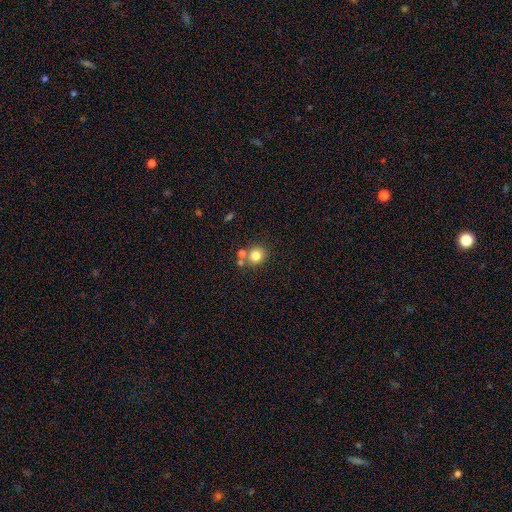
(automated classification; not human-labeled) smooth-or-featured: smooth: 80% | star or artifact: 11% | featured or disk: 9%
  how-rounded: round: 81% | in between: 18% | cigar-shaped: 1%
  merging: none: 64% | merger: 24% | minor disturbance: 9% | major disturbance: 3%